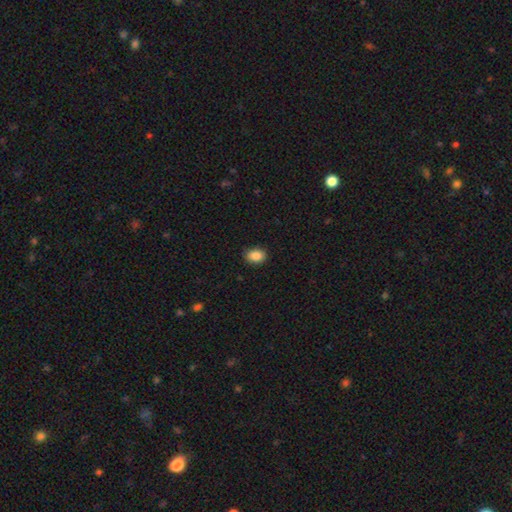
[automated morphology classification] Smooth or featured? Predicted: smooth (p=0.88). How rounded? Predicted: in between (p=0.73). Merging? Predicted: none (p=0.88).